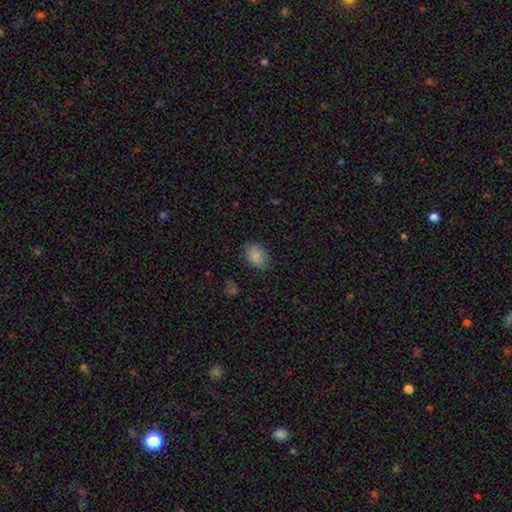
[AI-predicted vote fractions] Smooth or featured: smooth — 85% (star or artifact — 8%)
How rounded: in between — 78% (round — 21%)
Merging: none — 80% (minor disturbance — 15%)